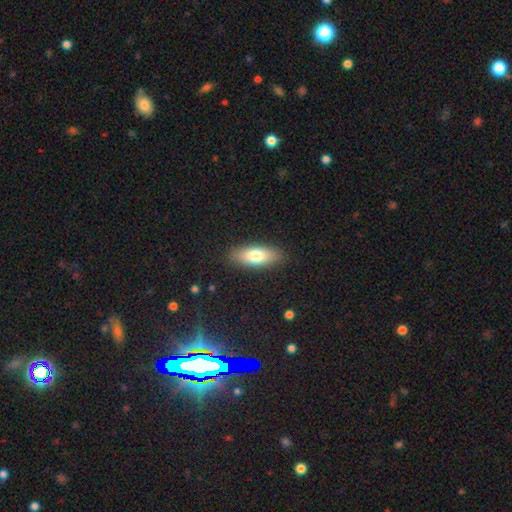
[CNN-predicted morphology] This appears to be a smooth galaxy with no disk features (76%) that is in between round and cigar-shaped (75%). Merging: none (88%).